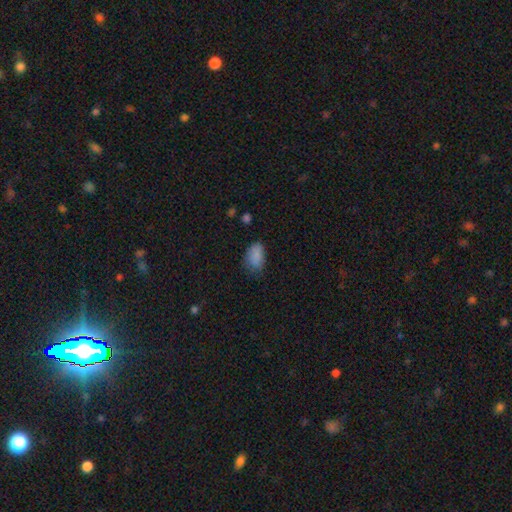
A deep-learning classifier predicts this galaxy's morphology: The model was most divided on "merging": none: 61%, minor disturbance: 29%, major disturbance: 8%, merger: 2%. More confident: how rounded — in between (90%); smooth or featured — smooth (85%).